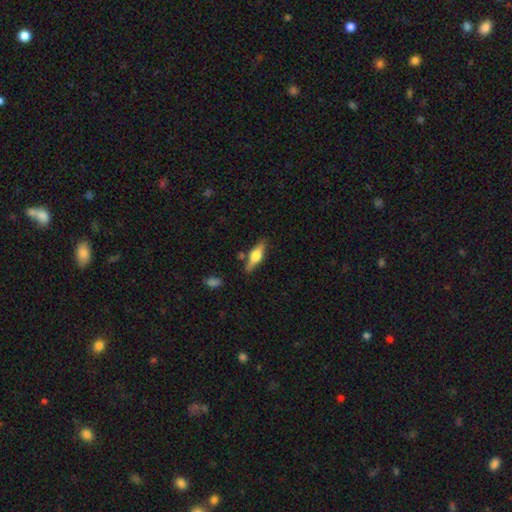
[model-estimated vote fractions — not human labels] smooth_or_featured: featured or disk (p=0.49) [alt: smooth p=0.45]
merging: none (p=0.78) [alt: minor disturbance p=0.13]